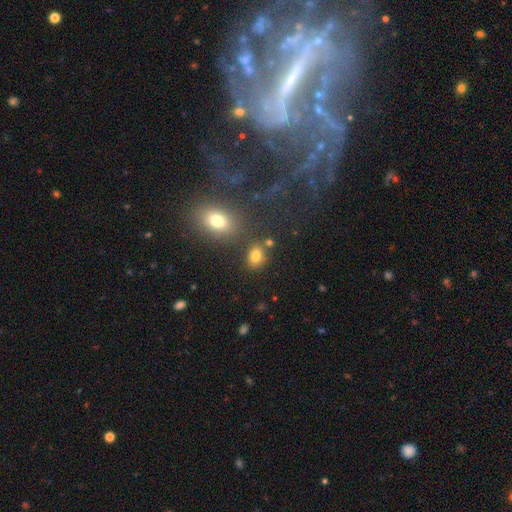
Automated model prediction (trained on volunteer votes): smooth-or-featured: smooth: 79% | star or artifact: 14% | featured or disk: 7%
  how-rounded: in between: 61% | round: 38% | cigar-shaped: 1%
  merging: none: 72% | minor disturbance: 13% | merger: 11% | major disturbance: 4%